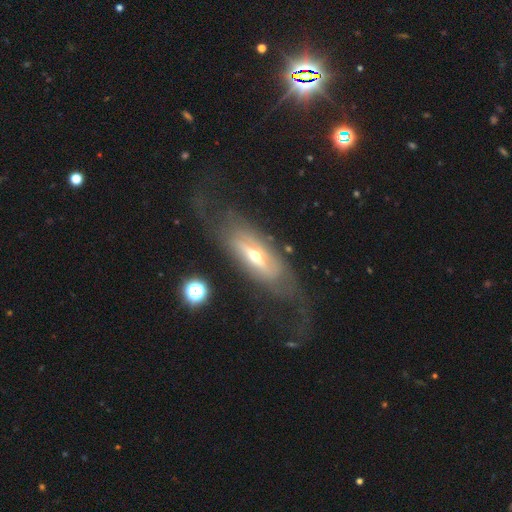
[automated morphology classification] Smooth or featured?
  - featured or disk: 69% *
  - smooth: 24%
  - star or artifact: 7%
Edge-on disk?
  - no: 54% *
  - yes: 46%
Merging?
  - none: 51% *
  - major disturbance: 27%
  - minor disturbance: 20%
  - merger: 3%